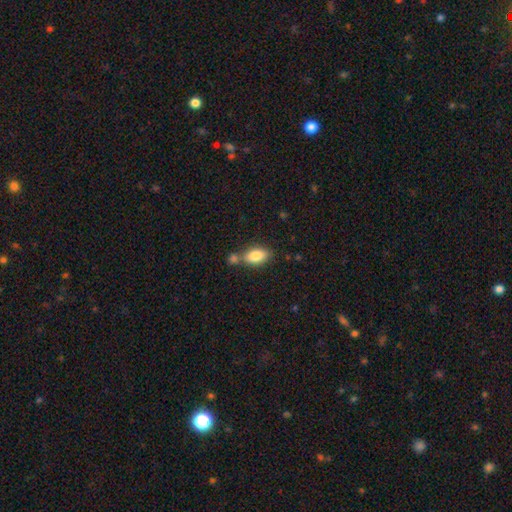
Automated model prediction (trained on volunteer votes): Smooth or featured?
  - smooth: 83% *
  - featured or disk: 10%
  - star or artifact: 7%
How rounded?
  - in between: 90% *
  - round: 6%
  - cigar-shaped: 4%
Merging?
  - none: 53% *
  - merger: 30%
  - minor disturbance: 13%
  - major disturbance: 4%